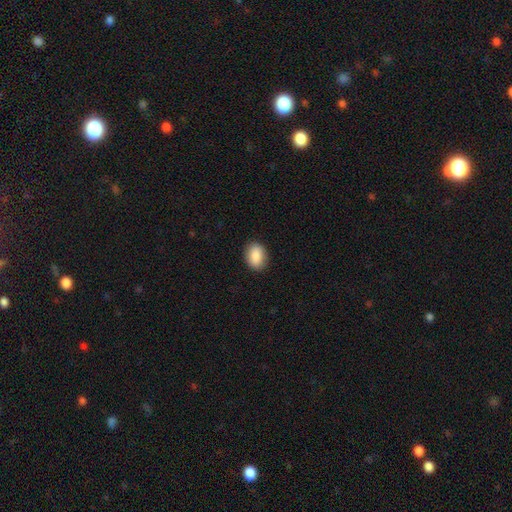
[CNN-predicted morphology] smooth 89%, star or artifact 7%, featured or disk 4%. Down the decision tree: how rounded — in between (76%); merging — none (88%).